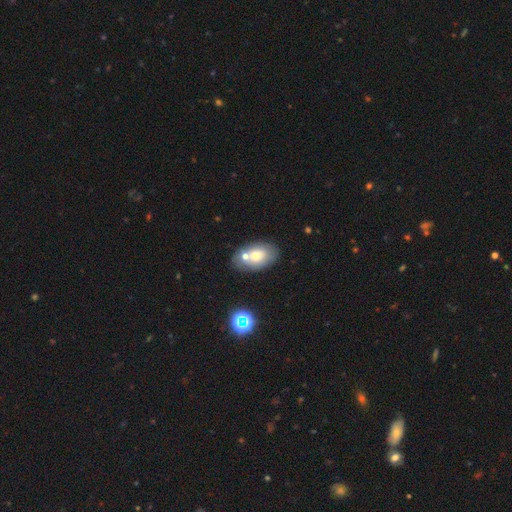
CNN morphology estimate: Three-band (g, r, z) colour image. It shows a smooth galaxy with no disk features (67%) that is in between round and cigar-shaped (89%). Merging: none (58%).